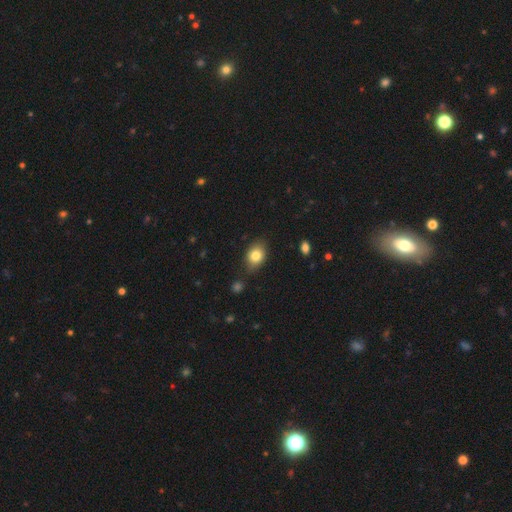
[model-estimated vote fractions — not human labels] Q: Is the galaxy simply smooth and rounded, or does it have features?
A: smooth — 81%.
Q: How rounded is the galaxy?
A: in between — 68%.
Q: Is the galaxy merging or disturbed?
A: none — 76%.